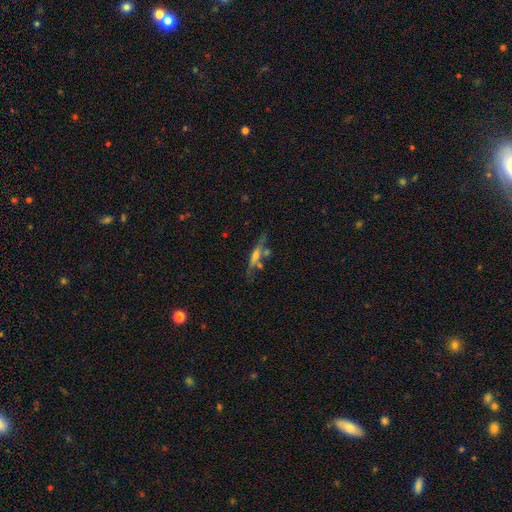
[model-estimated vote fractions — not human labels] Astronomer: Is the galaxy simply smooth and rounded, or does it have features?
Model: featured or disk — 56% (runner-up: smooth, 35%).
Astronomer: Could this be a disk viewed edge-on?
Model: yes — 87%.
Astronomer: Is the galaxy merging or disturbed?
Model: none — 64%.